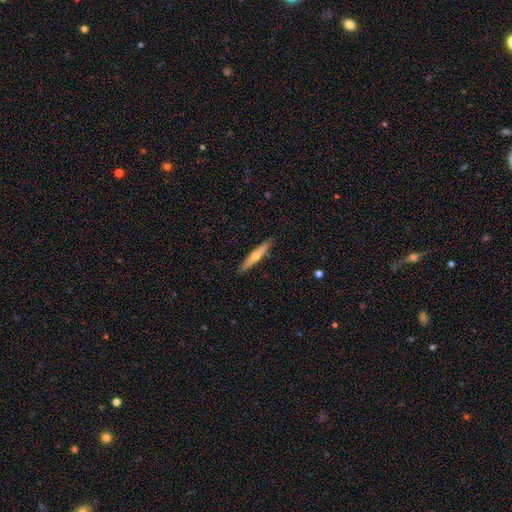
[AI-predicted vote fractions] Q: Smooth or featured?
A: featured or disk (52%); runner-up: smooth (42%)
Q: Edge-on disk?
A: yes (94%); runner-up: no (6%)
Q: Merging?
A: none (91%); runner-up: minor disturbance (7%)